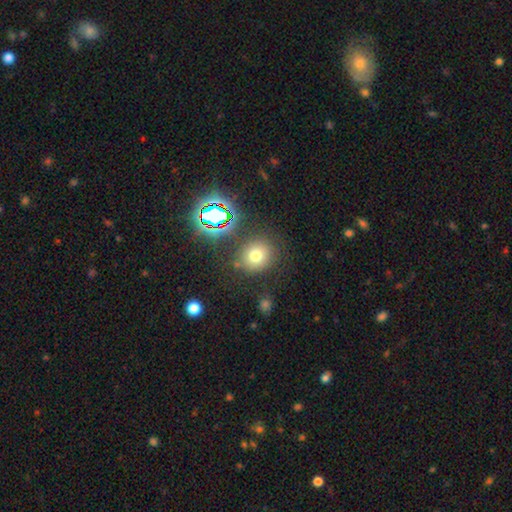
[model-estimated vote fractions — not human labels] Smooth or featured: smooth — 70% (star or artifact — 19%)
How rounded: round — 81% (in between — 18%)
Merging: none — 78% (minor disturbance — 12%)